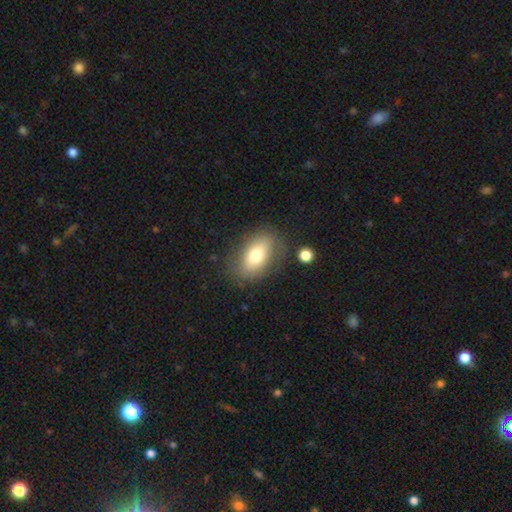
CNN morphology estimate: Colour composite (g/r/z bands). It shows a smooth galaxy with no disk features (73%) that is in between round and cigar-shaped (88%). Merging: none (77%).